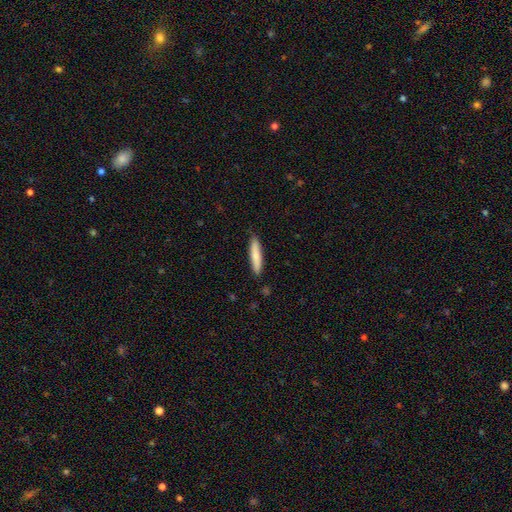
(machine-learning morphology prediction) Smooth or featured? smooth (76%)
How rounded? cigar-shaped (88%)
Merging? none (87%)